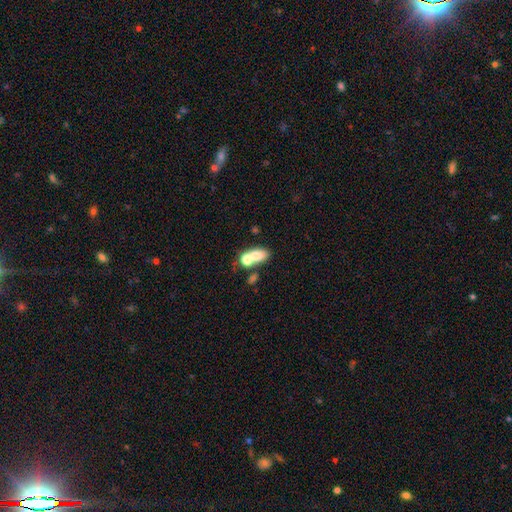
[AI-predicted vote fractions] This is likely a smooth galaxy (70%). How rounded: likely in between (76%). Merging: possibly merger (56%).